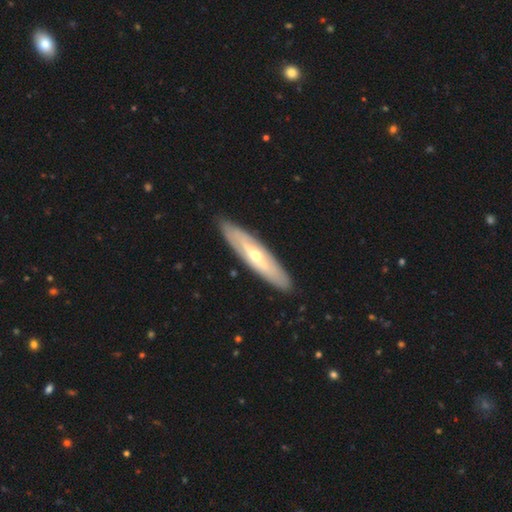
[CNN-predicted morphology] A featured or disk galaxy (66%) viewed edge-on (51%).

Vote fractions:
- Smooth or featured? featured or disk: 66% / smooth: 30% / star or artifact: 5%
- Edge-on disk? yes: 51% / no: 49%
- Merging? none: 88% / minor disturbance: 9% / major disturbance: 2% / merger: 1%